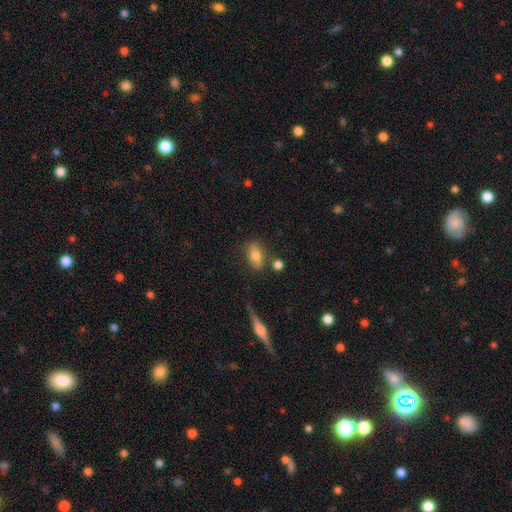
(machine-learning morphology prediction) type=smooth (76%); roundness=in between (84%); merging=none (73%).